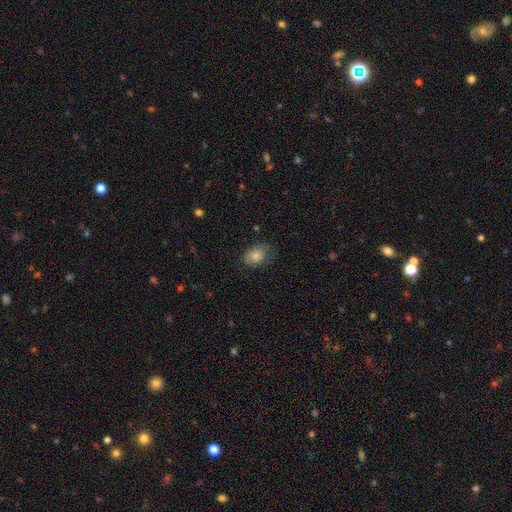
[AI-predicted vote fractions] A smooth galaxy with no disk features (80%) that is in between round and cigar-shaped (72%).

Vote fractions:
- Smooth or featured? smooth: 80% / featured or disk: 12% / star or artifact: 8%
- How rounded? in between: 72% / round: 27% / cigar-shaped: 1%
- Merging? none: 63% / minor disturbance: 26% / major disturbance: 9% / merger: 1%